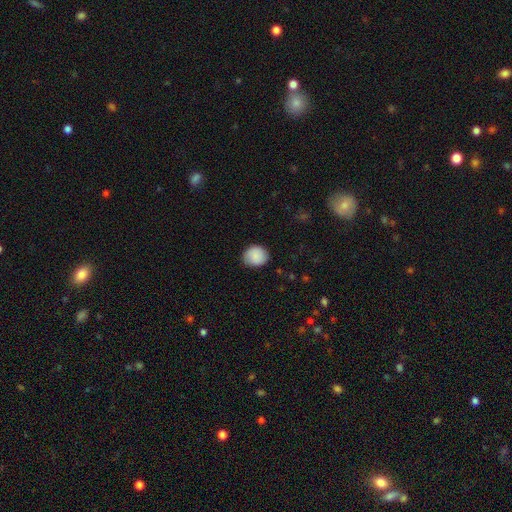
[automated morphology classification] A smooth galaxy with no disk features (88%) that is round (76%).

Vote fractions:
- Smooth or featured? smooth: 88% / star or artifact: 7% / featured or disk: 5%
- How rounded? round: 76% / in between: 23% / cigar-shaped: 1%
- Merging? none: 81% / minor disturbance: 15% / major disturbance: 3% / merger: 1%